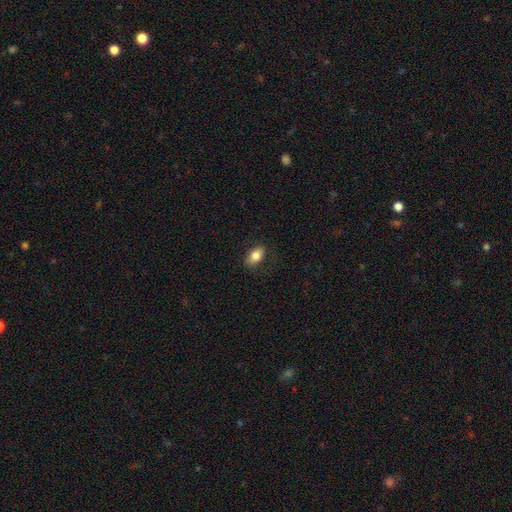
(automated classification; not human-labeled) smooth_or_featured: smooth (p=0.80) [alt: featured or disk p=0.12]
how_rounded: in between (p=0.88) [alt: round p=0.09]
merging: none (p=0.84) [alt: minor disturbance p=0.12]